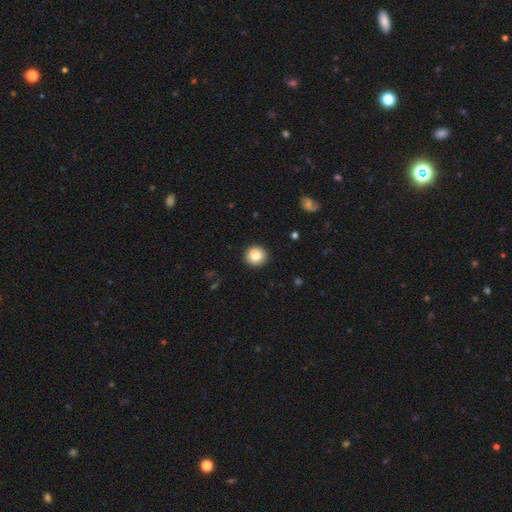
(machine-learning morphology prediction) A smooth galaxy with no disk features (81%) that is round (92%). Merging: none (87%).